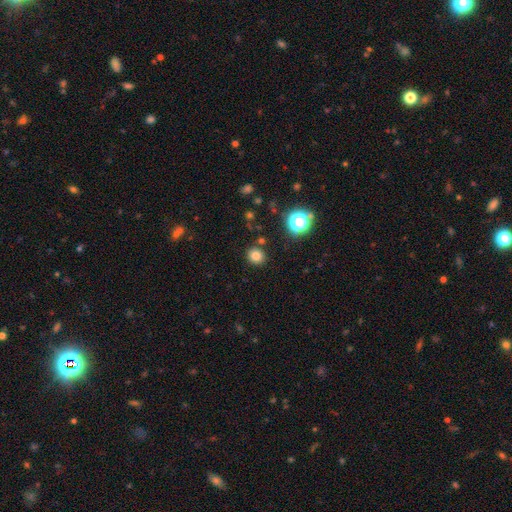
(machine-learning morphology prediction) type=smooth (80%); roundness=round (85%); merging=none (88%).